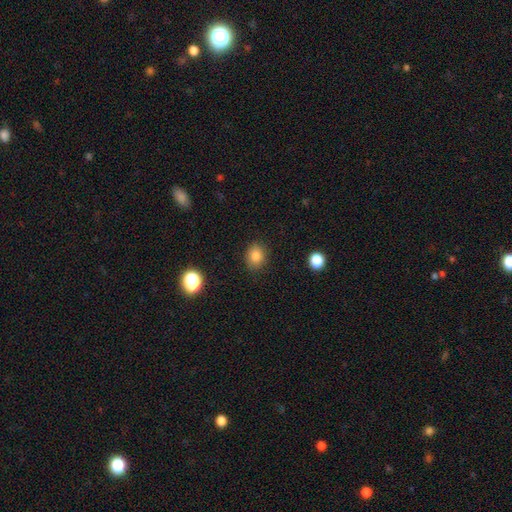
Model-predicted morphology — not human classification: smooth 82%, star or artifact 12%, featured or disk 6%. Down the decision tree: how rounded — round (56%); merging — none (87%).